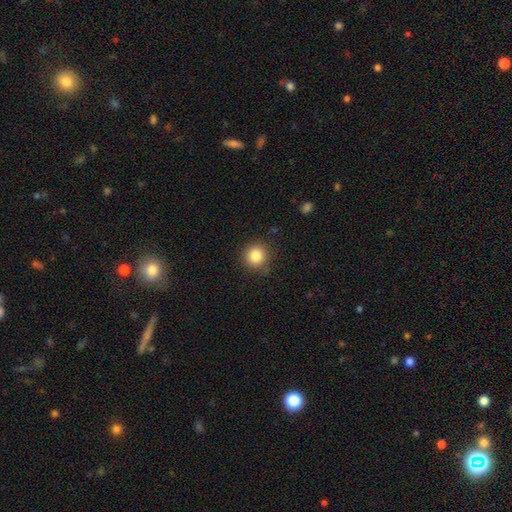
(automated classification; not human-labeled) Smooth or featured? Predicted: smooth (p=0.83). How rounded? Predicted: round (p=0.92). Merging? Predicted: none (p=0.84).